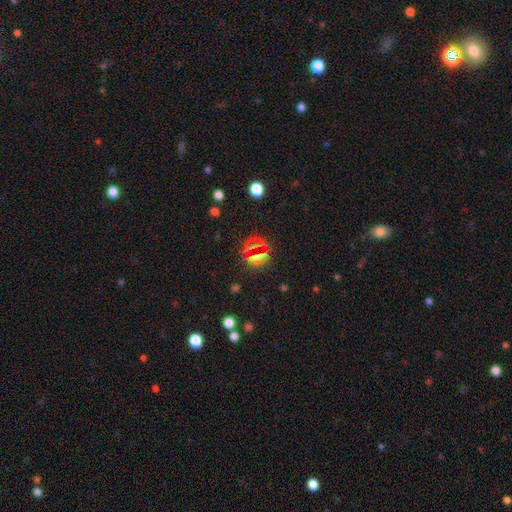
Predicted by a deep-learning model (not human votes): Smooth or featured: star or artifact — 50% (smooth — 30%)